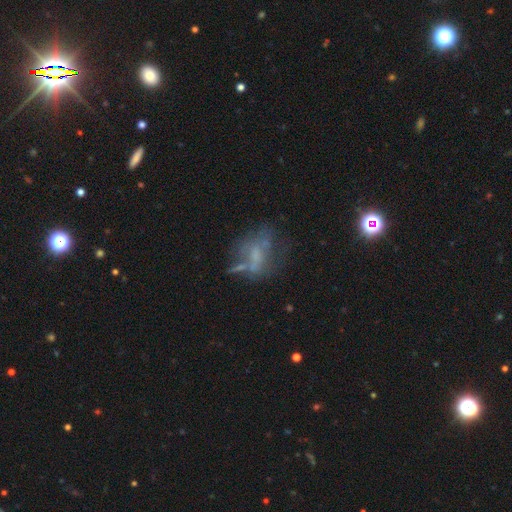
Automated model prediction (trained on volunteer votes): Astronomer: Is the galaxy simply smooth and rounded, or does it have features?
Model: featured or disk — 49% (runner-up: smooth, 29%).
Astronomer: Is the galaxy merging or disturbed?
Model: none — 37% (runner-up: major disturbance, 31%).